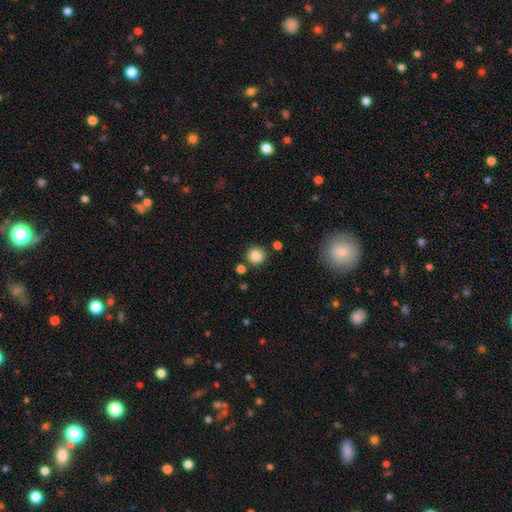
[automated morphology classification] type=smooth (84%); roundness=round (94%); merging=none (85%).